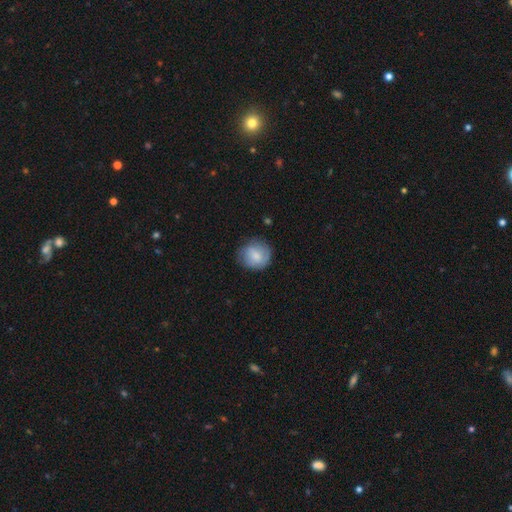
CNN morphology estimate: smooth 72%, featured or disk 21%, star or artifact 7%. Down the decision tree: how rounded — round (82%); merging — none (73%).